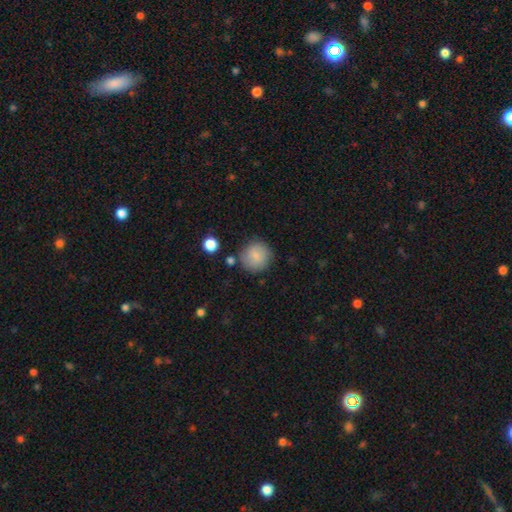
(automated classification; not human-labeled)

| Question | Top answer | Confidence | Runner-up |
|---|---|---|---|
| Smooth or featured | smooth | 81% | featured or disk (11%) |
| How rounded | round | 92% | in between (7%) |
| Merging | none | 80% | minor disturbance (12%) |